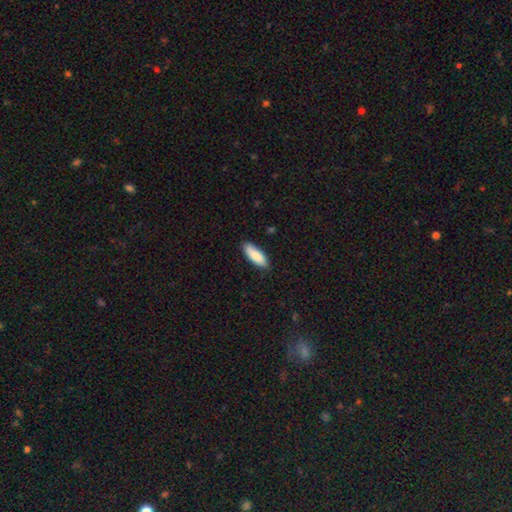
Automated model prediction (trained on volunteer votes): The model was most divided on "how rounded": in between: 67%, cigar-shaped: 31%, round: 2%. More confident: smooth or featured — smooth (86%); merging — none (86%).